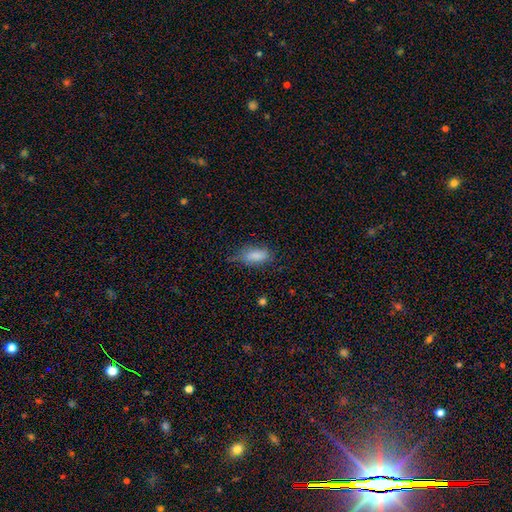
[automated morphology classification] The model was most divided on "merging": none: 57%, minor disturbance: 32%, major disturbance: 10%, merger: 2%. More confident: how rounded — in between (82%); smooth or featured — smooth (81%).